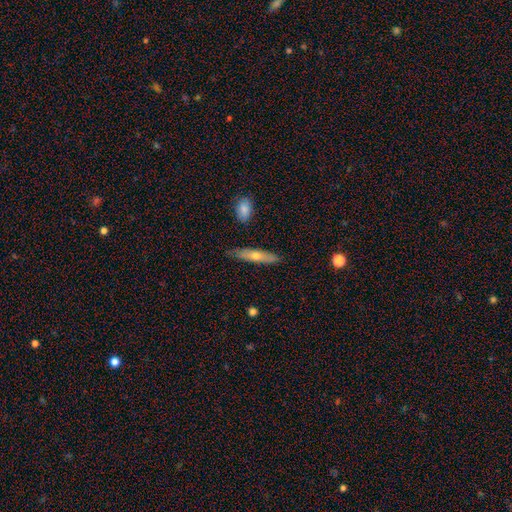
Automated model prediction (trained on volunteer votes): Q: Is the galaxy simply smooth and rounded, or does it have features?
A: smooth — 52%.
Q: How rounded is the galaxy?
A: cigar-shaped — 81%.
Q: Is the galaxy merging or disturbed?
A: none — 82%.